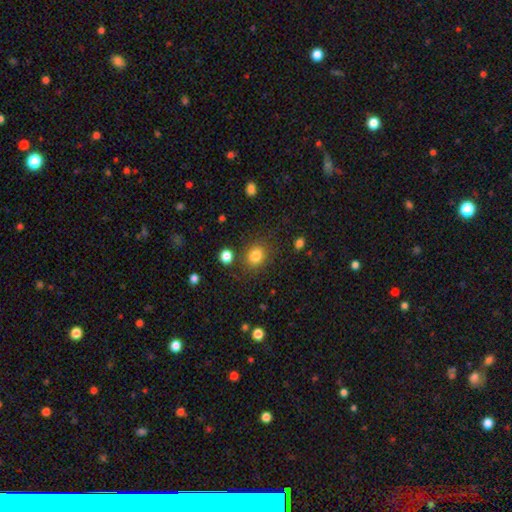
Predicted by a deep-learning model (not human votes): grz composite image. It shows a smooth galaxy with no disk features (83%) that is round (75%). Merging: none (82%).